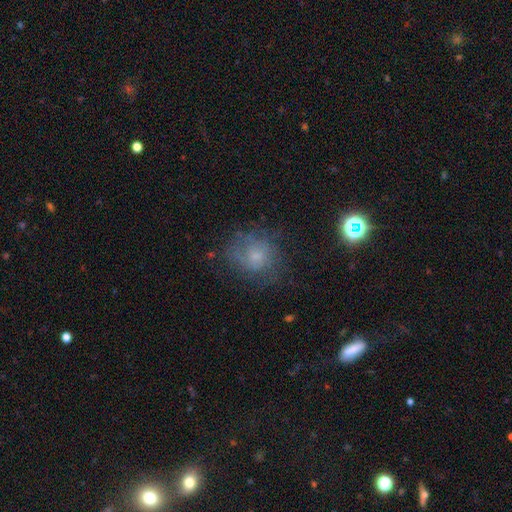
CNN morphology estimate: Smooth or featured? Predicted: smooth (p=0.49). Merging? Predicted: none (p=0.62).